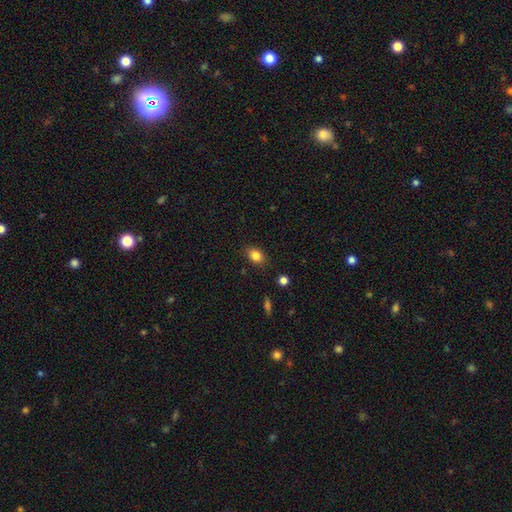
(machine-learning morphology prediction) A smooth galaxy with no disk features (84%) that is in between round and cigar-shaped (69%).

Vote fractions:
- Smooth or featured? smooth: 84% / star or artifact: 10% / featured or disk: 6%
- How rounded? in between: 69% / round: 30% / cigar-shaped: 1%
- Merging? none: 85% / minor disturbance: 11% / major disturbance: 3% / merger: 2%